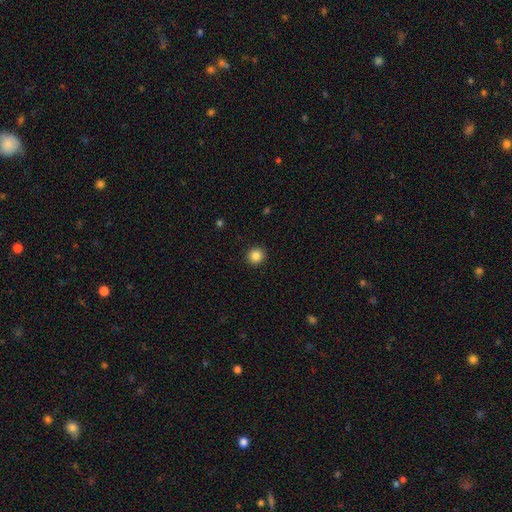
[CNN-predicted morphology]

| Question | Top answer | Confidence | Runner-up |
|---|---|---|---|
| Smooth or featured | smooth | 86% | star or artifact (10%) |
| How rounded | round | 93% | in between (6%) |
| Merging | none | 93% | minor disturbance (5%) |